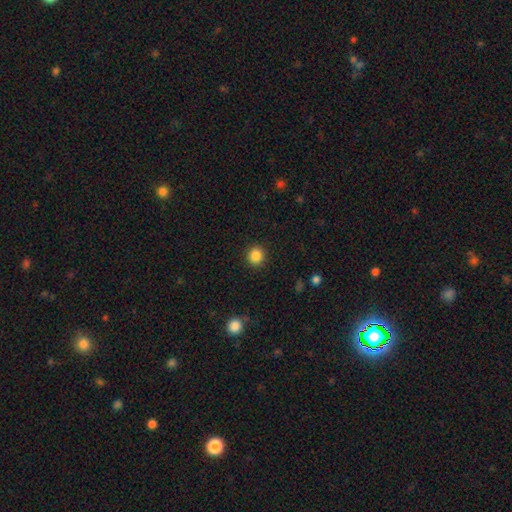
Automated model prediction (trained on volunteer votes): smooth-or-featured: smooth: 86% | star or artifact: 10% | featured or disk: 4%
  how-rounded: round: 89% | in between: 10% | cigar-shaped: 1%
  merging: none: 91% | minor disturbance: 6% | major disturbance: 2% | merger: 1%